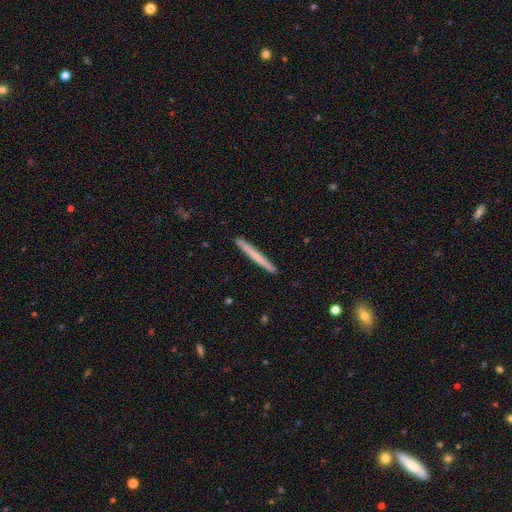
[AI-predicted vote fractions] Morphology: type=smooth (62%); roundness=cigar-shaped (97%); merging=none (93%).